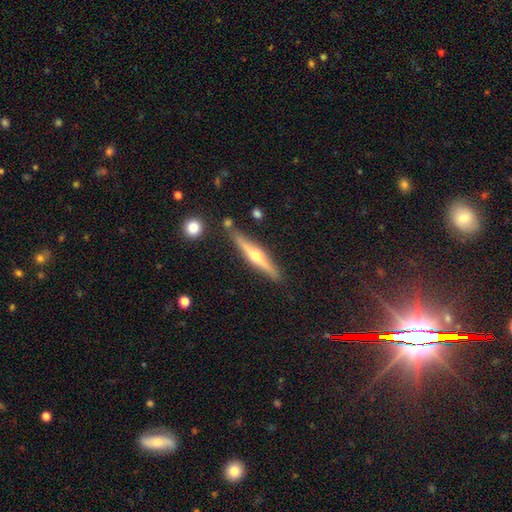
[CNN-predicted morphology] Smooth or featured? featured or disk (72%)
Edge-on disk? yes (97%)
Edge-on bulge? rounded (94%)
Merging? none (85%)